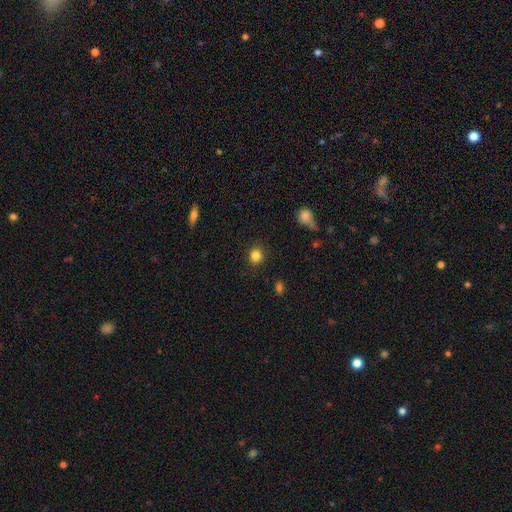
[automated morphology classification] The model was most divided on "how rounded": round: 84%, in between: 15%, cigar-shaped: 1%. More confident: merging — none (89%); smooth or featured — smooth (84%).